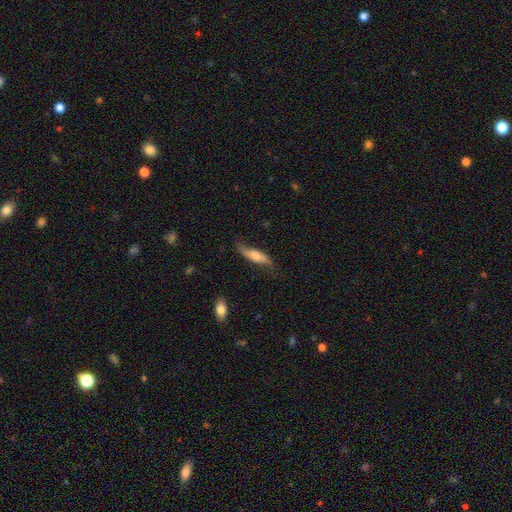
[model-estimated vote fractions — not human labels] Smooth or featured? featured or disk (53%)
Edge-on disk? yes (53%)
Merging? none (66%)